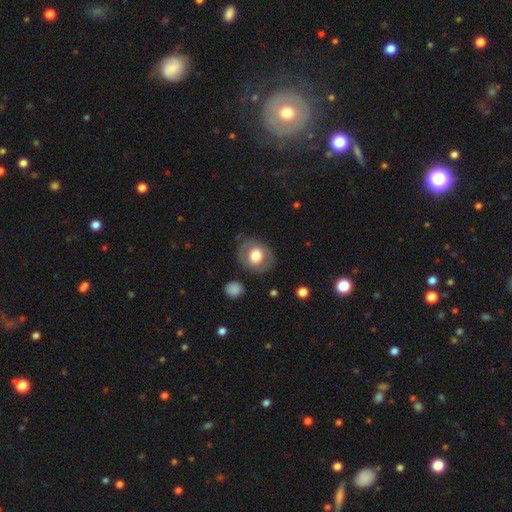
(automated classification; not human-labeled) Smooth or featured: smooth — 62% (featured or disk — 31%)
How rounded: round — 65% (in between — 34%)
Merging: none — 80% (minor disturbance — 13%)